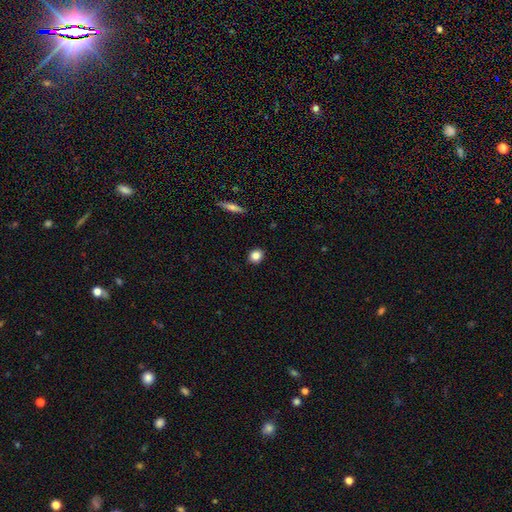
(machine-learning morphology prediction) Overall: smooth (84%). How rounded: round (75%). Merging: none (90%).